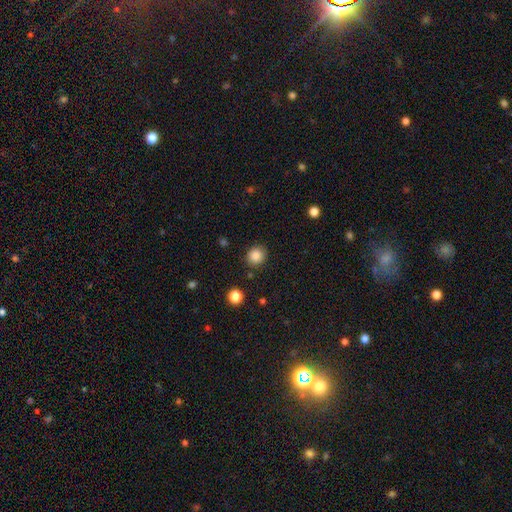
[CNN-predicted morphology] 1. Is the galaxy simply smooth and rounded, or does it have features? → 86% smooth, 10% star or artifact, 4% featured or disk.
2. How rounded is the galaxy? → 84% round, 15% in between, 1% cigar-shaped.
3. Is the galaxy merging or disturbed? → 86% none, 9% minor disturbance, 3% major disturbance, 2% merger.